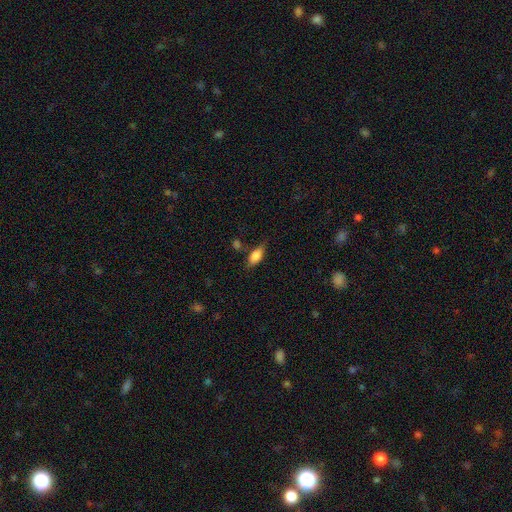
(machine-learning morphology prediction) Smooth or featured: smooth — 77% (featured or disk — 15%)
How rounded: in between — 82% (cigar-shaped — 14%)
Merging: none — 71% (minor disturbance — 19%)